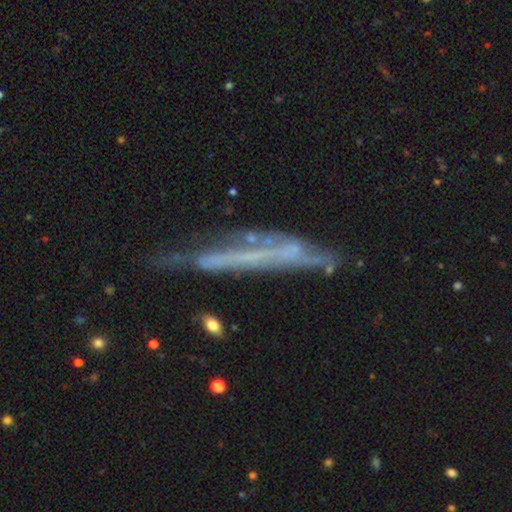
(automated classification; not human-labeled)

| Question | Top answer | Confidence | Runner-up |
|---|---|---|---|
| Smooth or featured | featured or disk | 59% | smooth (26%) |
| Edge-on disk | yes | 73% | no (27%) |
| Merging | none | 49% | minor disturbance (27%) |